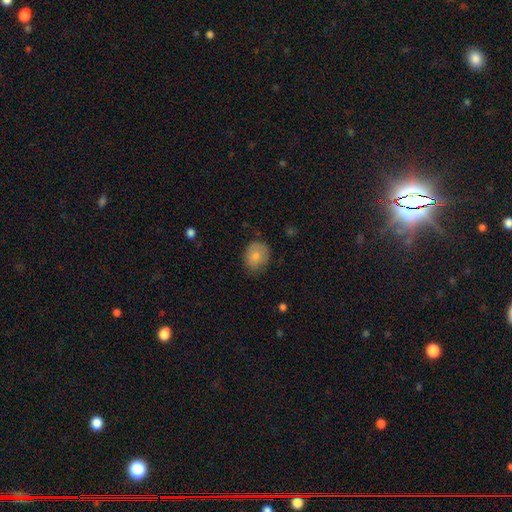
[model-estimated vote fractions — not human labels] smooth 80%, featured or disk 12%, star or artifact 7%. Down the decision tree: how rounded — round (55%); merging — none (69%).